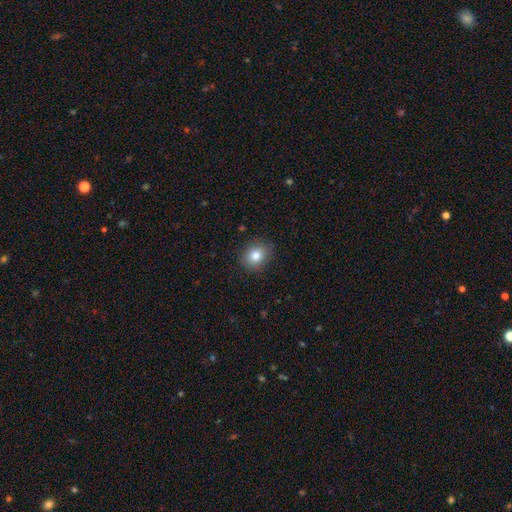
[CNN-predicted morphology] Smooth or featured?
  - smooth: 81% *
  - star or artifact: 10%
  - featured or disk: 8%
How rounded?
  - round: 64% *
  - in between: 35%
  - cigar-shaped: 1%
Merging?
  - none: 86% *
  - minor disturbance: 10%
  - major disturbance: 3%
  - merger: 1%